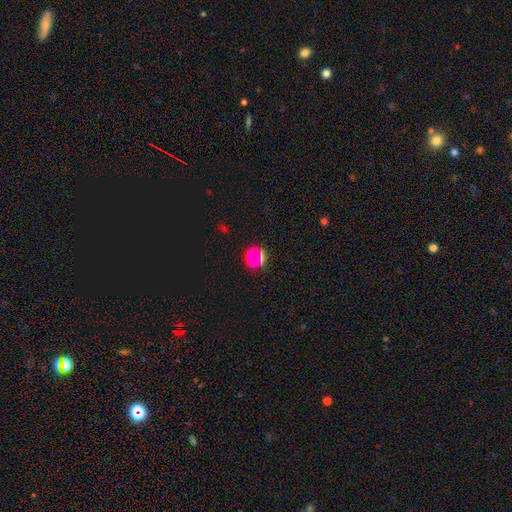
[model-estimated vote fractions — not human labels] This is likely a smooth galaxy (66%). How rounded: clearly round (87%). Merging: clearly none (81%).